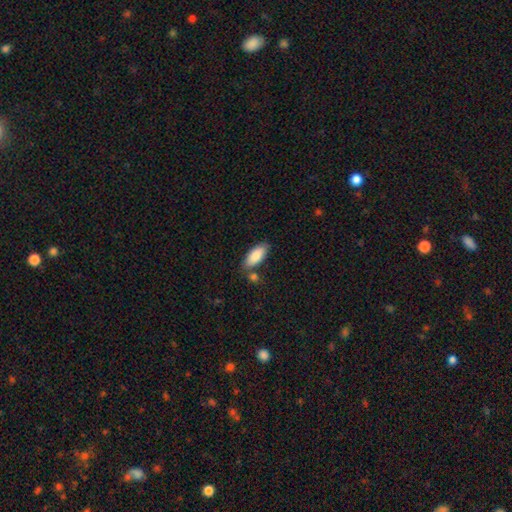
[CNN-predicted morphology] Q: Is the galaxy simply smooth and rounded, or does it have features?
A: smooth — 86%.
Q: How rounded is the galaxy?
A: in between — 86%.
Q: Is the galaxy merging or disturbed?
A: none — 71%.